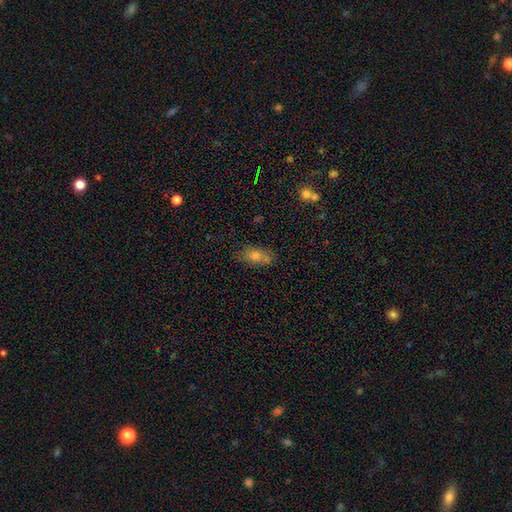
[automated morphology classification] This appears to be a smooth galaxy with no disk features (66%) that is in between round and cigar-shaped (79%). Merging: none (67%).